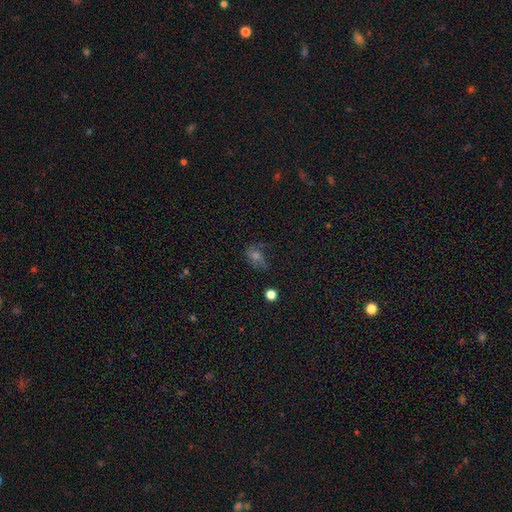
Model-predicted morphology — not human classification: smooth-or-featured: featured or disk: 43% | smooth: 32% | star or artifact: 25%
  merging: none: 50% | major disturbance: 24% | minor disturbance: 23% | merger: 3%